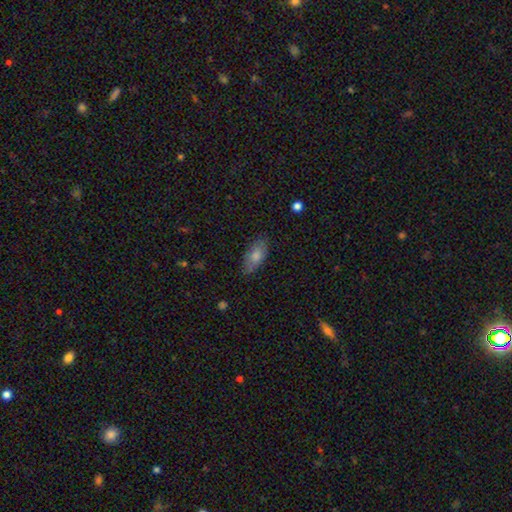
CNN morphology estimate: Smooth or featured: smooth — 72% (featured or disk — 19%)
How rounded: in between — 82% (cigar-shaped — 15%)
Merging: none — 83% (minor disturbance — 14%)